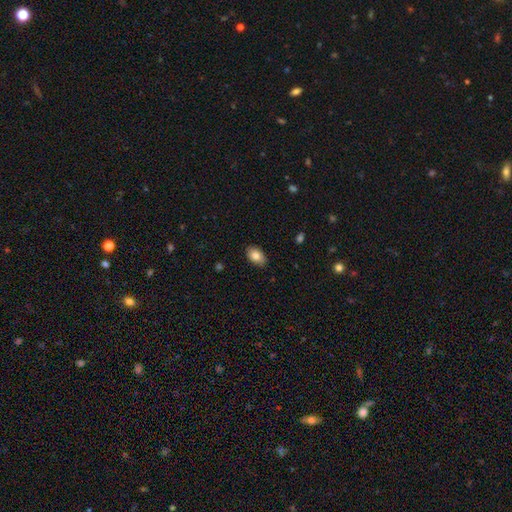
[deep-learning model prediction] Q: Smooth or featured?
A: smooth (83%); runner-up: featured or disk (10%)
Q: How rounded?
A: in between (90%); runner-up: round (9%)
Q: Merging?
A: none (86%); runner-up: minor disturbance (11%)